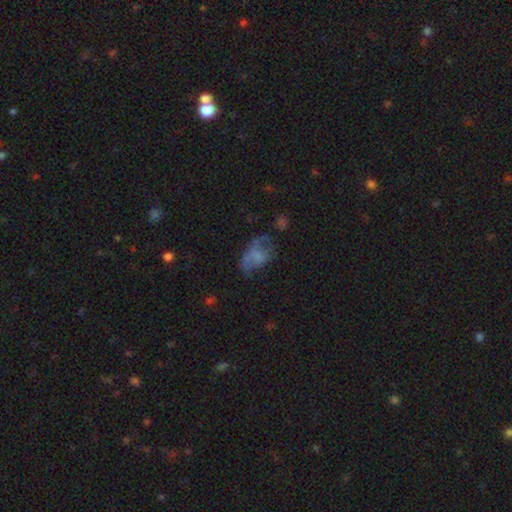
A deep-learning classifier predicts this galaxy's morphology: smooth 52%, featured or disk 34%, star or artifact 14%. Down the decision tree: how rounded — in between (87%); merging — major disturbance (37%).